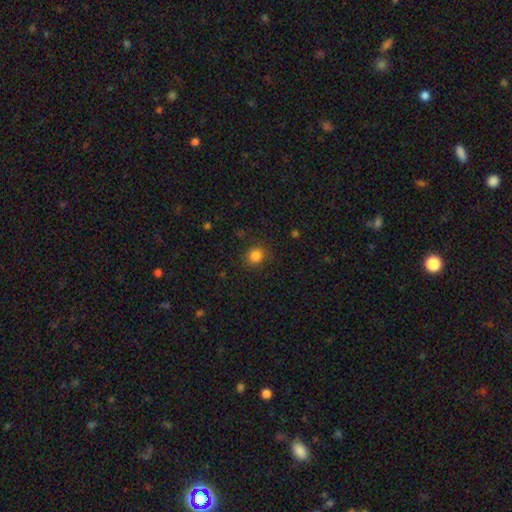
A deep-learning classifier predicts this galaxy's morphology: smooth 83%, star or artifact 12%, featured or disk 4%. Down the decision tree: how rounded — round (87%); merging — none (86%).